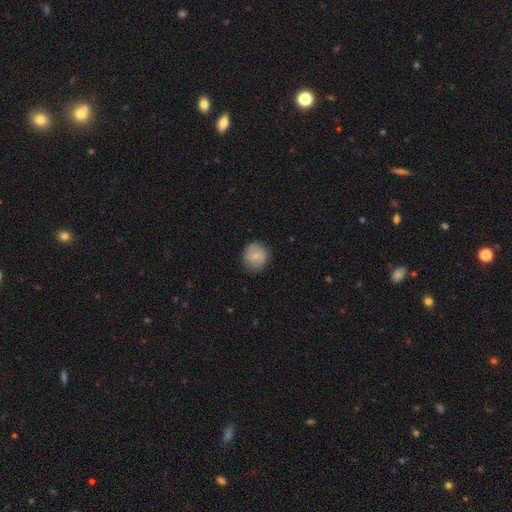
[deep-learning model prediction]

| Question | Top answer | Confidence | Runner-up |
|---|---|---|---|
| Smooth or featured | smooth | 78% | featured or disk (14%) |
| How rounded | round | 89% | in between (10%) |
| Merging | none | 82% | minor disturbance (14%) |